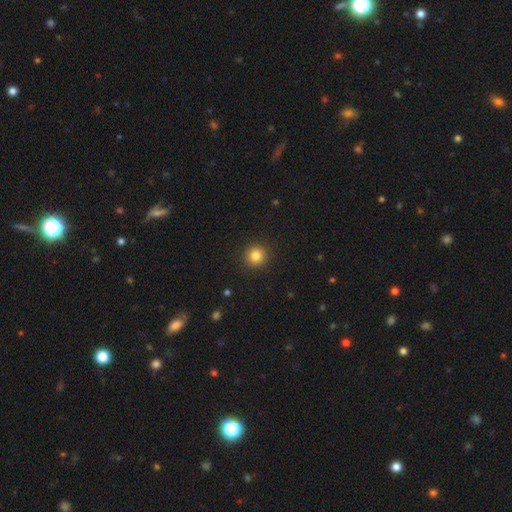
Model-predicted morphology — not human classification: Smooth or featured? smooth (84%)
How rounded? round (94%)
Merging? none (92%)